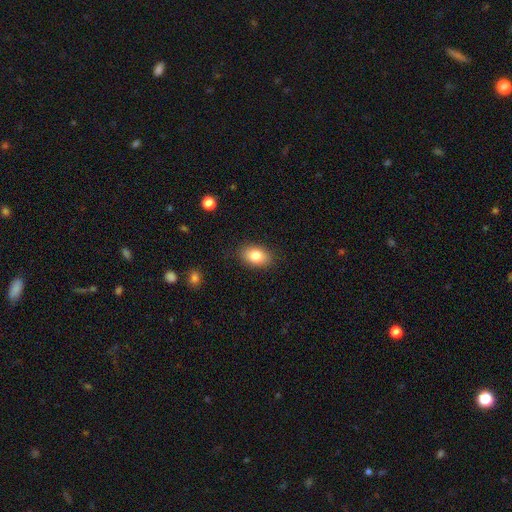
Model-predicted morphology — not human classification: Smooth or featured?
  - smooth: 83% *
  - featured or disk: 9%
  - star or artifact: 8%
How rounded?
  - in between: 87% *
  - round: 12%
  - cigar-shaped: 1%
Merging?
  - none: 87% *
  - minor disturbance: 9%
  - major disturbance: 2%
  - merger: 1%